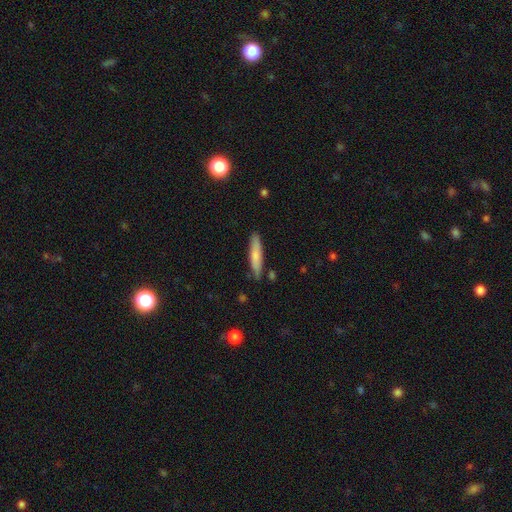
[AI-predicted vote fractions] This appears to be a smooth galaxy with no disk features (74%) that is cigar-shaped (85%). Merging: none (83%).